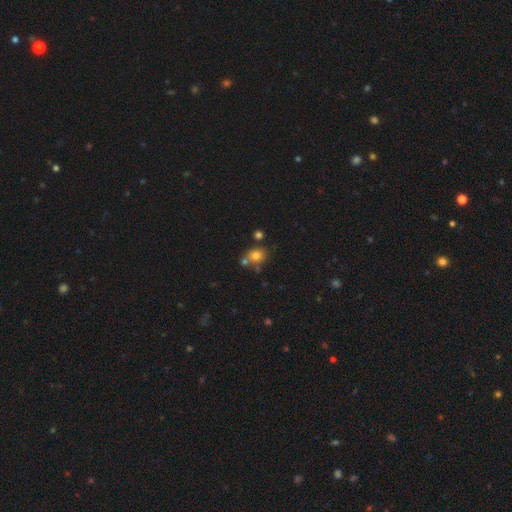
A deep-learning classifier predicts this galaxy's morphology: Smooth or featured? Predicted: smooth (p=0.78). How rounded? Predicted: round (p=0.64). Merging? Predicted: none (p=0.62).